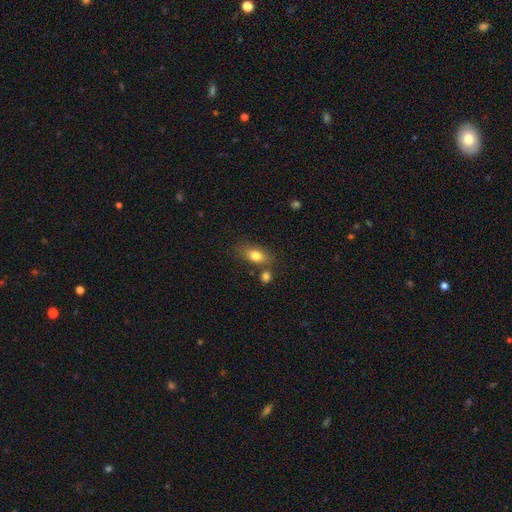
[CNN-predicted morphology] Overall: smooth (78%). How rounded: in between (80%). Merging: none (67%).